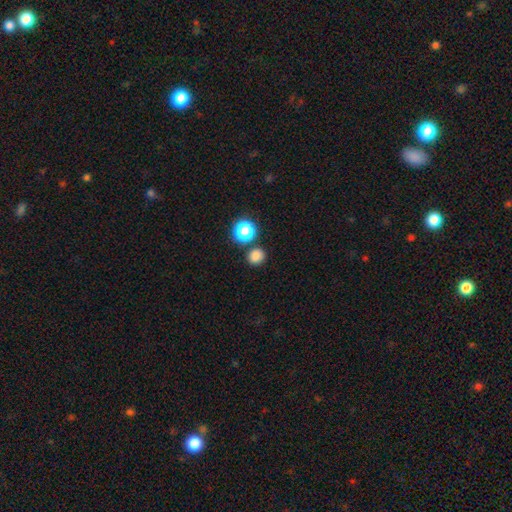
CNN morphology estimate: type=smooth (80%); roundness=round (84%); merging=none (81%).